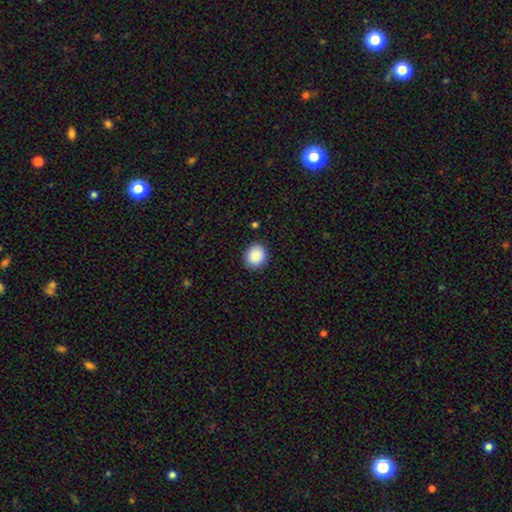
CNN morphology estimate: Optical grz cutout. It shows a smooth galaxy with no disk features (87%) that is round (81%). Merging: none (90%).